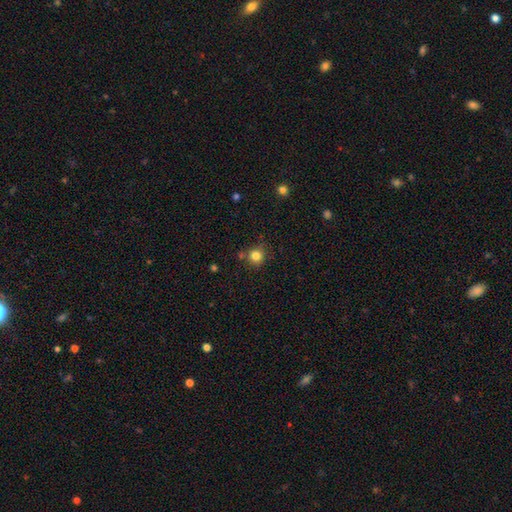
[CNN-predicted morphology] smooth_or_featured: smooth (p=0.82) [alt: star or artifact p=0.12]
how_rounded: round (p=0.90) [alt: in between p=0.09]
merging: none (p=0.75) [alt: minor disturbance p=0.13]